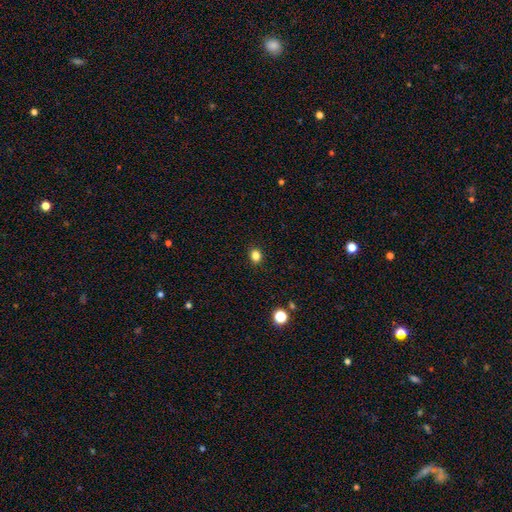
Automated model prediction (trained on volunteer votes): Smooth or featured? Predicted: smooth (p=0.83). How rounded? Predicted: round (p=0.59). Merging? Predicted: none (p=0.91).